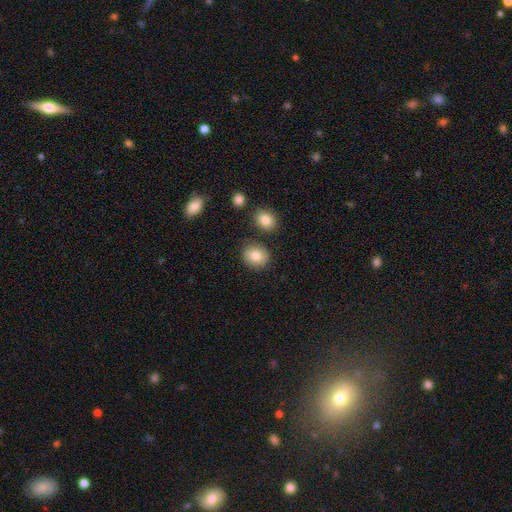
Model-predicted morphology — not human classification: A smooth galaxy with no disk features (81%) that is round (68%). Merging: none (83%).